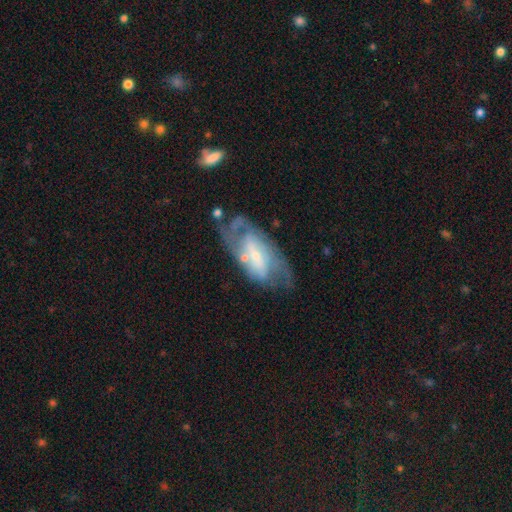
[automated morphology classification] Q: Smooth or featured?
A: featured or disk (77%); runner-up: smooth (16%)
Q: Edge-on disk?
A: no (92%); runner-up: yes (8%)
Q: Bar?
A: weak (42%); runner-up: no (34%)
Q: Spiral arms?
A: yes (84%); runner-up: no (16%)
Q: Spiral winding?
A: medium (42%); runner-up: tight (39%)
Q: Spiral arm count?
A: 2 (51%); runner-up: can't tell (32%)
Q: Bulge size?
A: small (63%); runner-up: moderate (25%)
Q: Merging?
A: none (55%); runner-up: minor disturbance (22%)